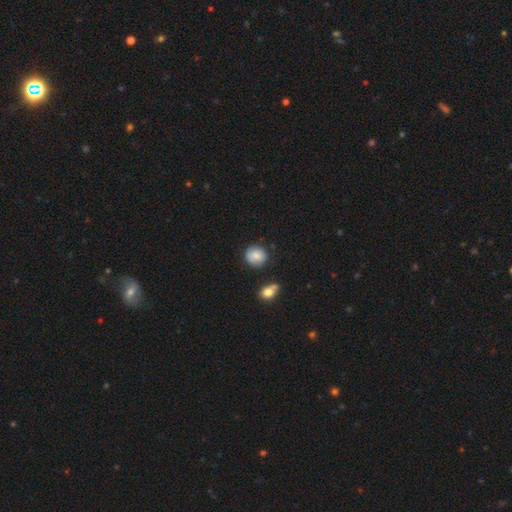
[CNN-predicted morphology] A smooth galaxy with no disk features (75%) that is round (86%). Merging: none (74%).